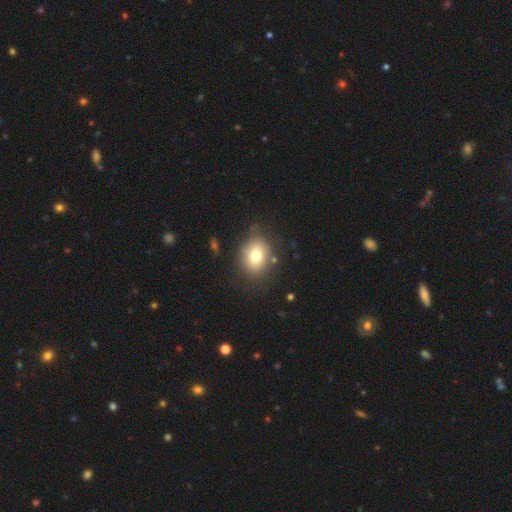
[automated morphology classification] A smooth galaxy with no disk features (75%) that is in between round and cigar-shaped (52%). Merging: none (76%).